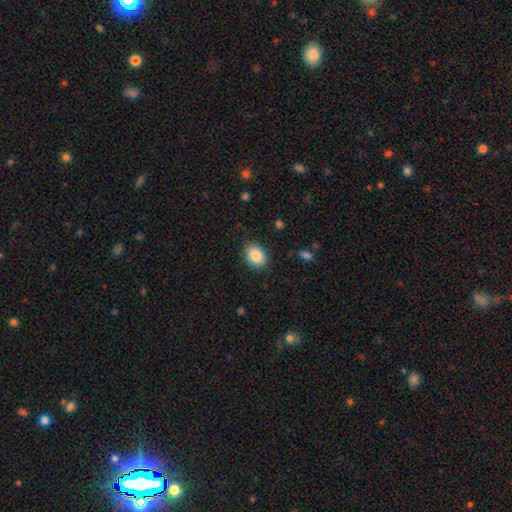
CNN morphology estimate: Smooth or featured? Predicted: smooth (p=0.87). How rounded? Predicted: in between (p=0.82). Merging? Predicted: none (p=0.86).